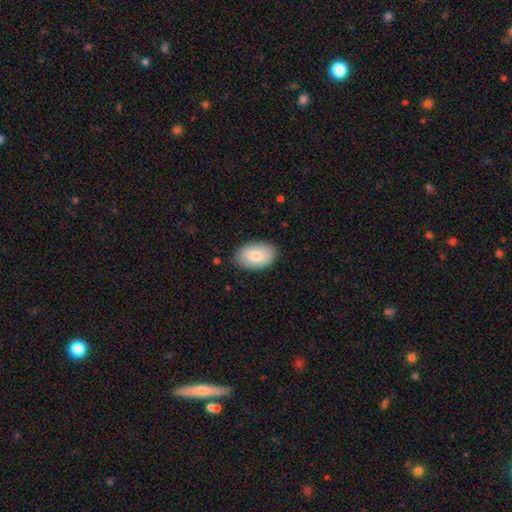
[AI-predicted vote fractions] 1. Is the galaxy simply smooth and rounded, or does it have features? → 79% smooth, 15% featured or disk, 6% star or artifact.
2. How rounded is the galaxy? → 91% in between, 8% round, 1% cigar-shaped.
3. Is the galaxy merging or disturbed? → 84% none, 12% minor disturbance, 3% major disturbance, 1% merger.